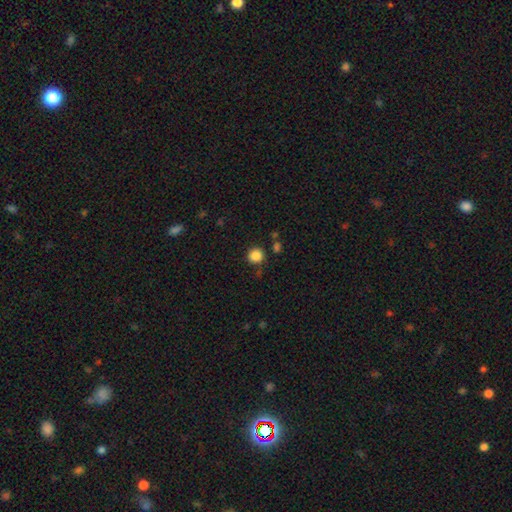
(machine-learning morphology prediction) type=smooth (86%); roundness=round (93%); merging=none (86%).